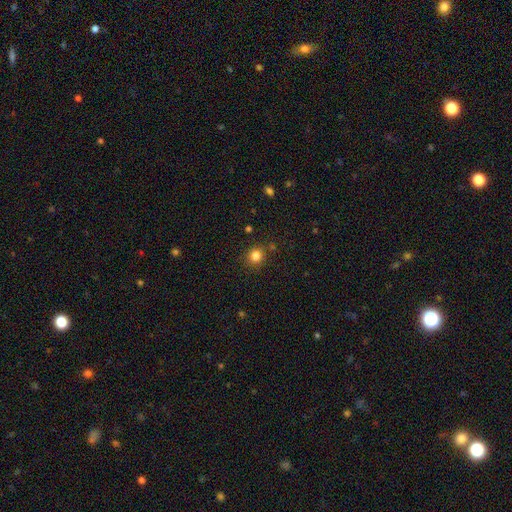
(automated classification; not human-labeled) smooth-or-featured: smooth: 82% | star or artifact: 13% | featured or disk: 5%
  how-rounded: round: 87% | in between: 13% | cigar-shaped: 1%
  merging: none: 83% | minor disturbance: 11% | merger: 4% | major disturbance: 3%